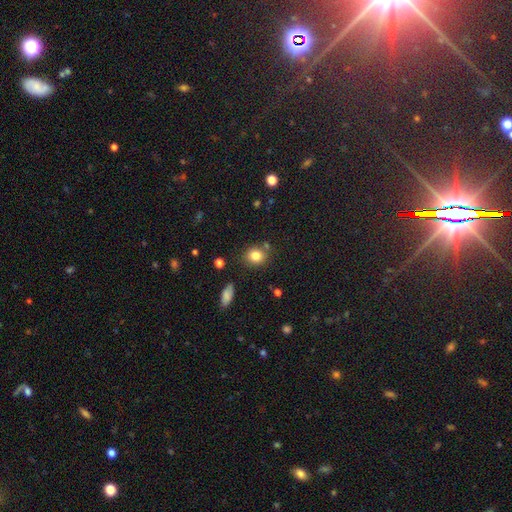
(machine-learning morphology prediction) smooth_or_featured: smooth (p=0.82) [alt: star or artifact p=0.11]
how_rounded: round (p=0.69) [alt: in between p=0.30]
merging: none (p=0.77) [alt: minor disturbance p=0.12]